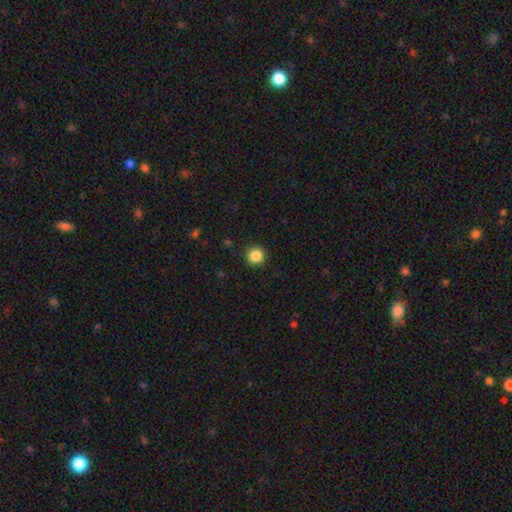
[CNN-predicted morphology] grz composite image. It shows a smooth galaxy with no disk features (87%) that is round (95%). Merging: none (92%).